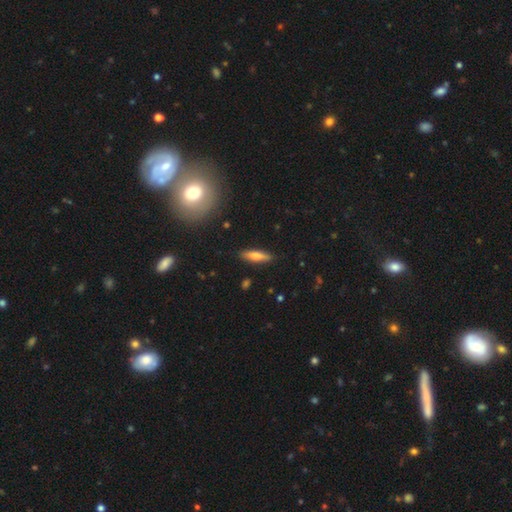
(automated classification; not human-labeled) smooth-or-featured: smooth: 63% | featured or disk: 30% | star or artifact: 7%
  how-rounded: cigar-shaped: 67% | in between: 31% | round: 2%
  merging: none: 87% | minor disturbance: 9% | major disturbance: 2% | merger: 2%